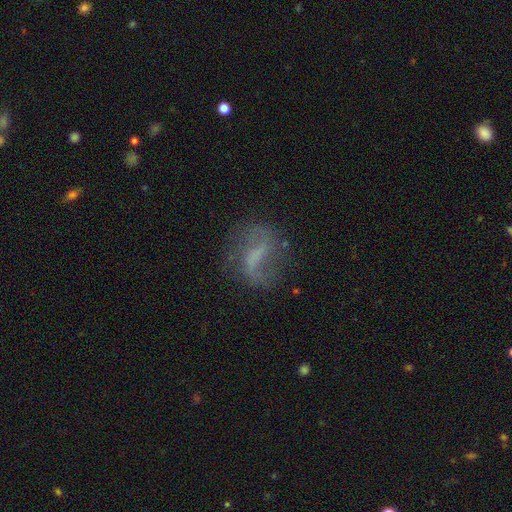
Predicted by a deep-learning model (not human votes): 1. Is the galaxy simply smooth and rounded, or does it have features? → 71% featured or disk, 18% smooth, 11% star or artifact.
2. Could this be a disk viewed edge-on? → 96% no, 4% yes.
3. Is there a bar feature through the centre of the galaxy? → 42% weak, 37% strong, 21% no.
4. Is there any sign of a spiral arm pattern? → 84% yes, 16% no.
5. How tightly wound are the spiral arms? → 67% loose, 26% medium, 8% tight.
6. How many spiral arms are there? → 80% 2, 10% 1, 7% can't tell, 1% 3, 1% 4, 1% more than 4.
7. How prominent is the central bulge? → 57% none, 25% small, 13% moderate, 4% large, 1% dominant.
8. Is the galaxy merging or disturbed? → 66% none, 18% minor disturbance, 14% major disturbance, 3% merger.